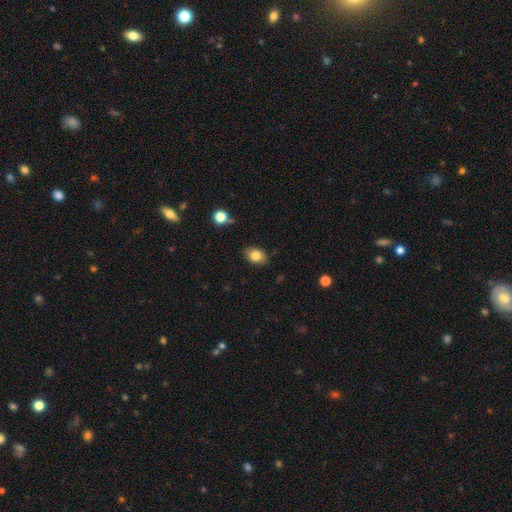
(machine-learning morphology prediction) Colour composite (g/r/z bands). It shows a smooth galaxy with no disk features (82%) that is in between round and cigar-shaped (74%). Merging: none (83%).